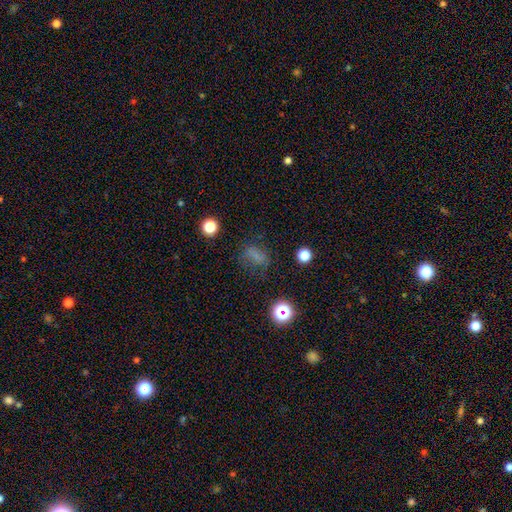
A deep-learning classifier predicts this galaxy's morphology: smooth 60%, star or artifact 25%, featured or disk 15%. Down the decision tree: how rounded — in between (66%); merging — none (61%).